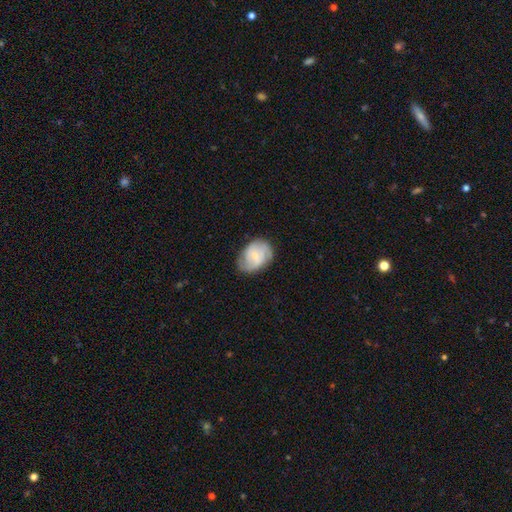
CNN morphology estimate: smooth-or-featured: featured or disk: 58% | smooth: 35% | star or artifact: 7%
  disk-edge-on: no: 97% | yes: 3%
    bar: weak: 53% | no: 35% | strong: 12%
    has-spiral-arms: yes: 87% | no: 13%
    bulge-size: small: 62% | moderate: 27% | none: 8% | large: 2% | dominant: 1%
  merging: none: 69% | minor disturbance: 23% | major disturbance: 7% | merger: 1%